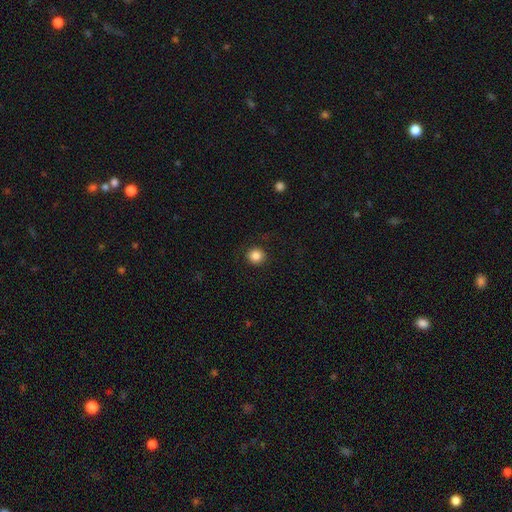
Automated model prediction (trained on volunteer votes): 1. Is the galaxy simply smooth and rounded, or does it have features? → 86% smooth, 10% star or artifact, 4% featured or disk.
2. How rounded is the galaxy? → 93% round, 6% in between, 1% cigar-shaped.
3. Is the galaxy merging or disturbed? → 92% none, 5% minor disturbance, 2% major disturbance, 1% merger.